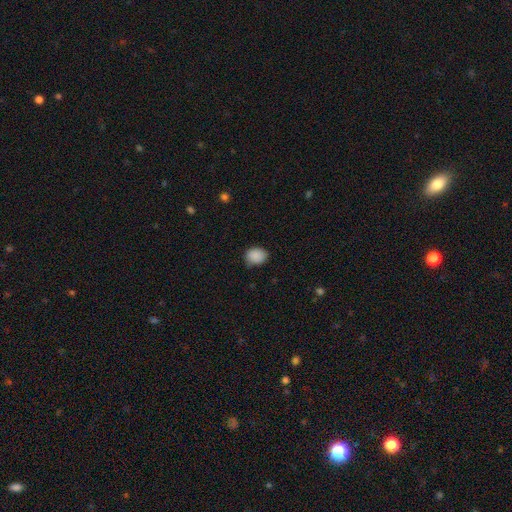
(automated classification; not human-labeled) Smooth or featured? smooth (88%)
How rounded? in between (51%)
Merging? none (75%)